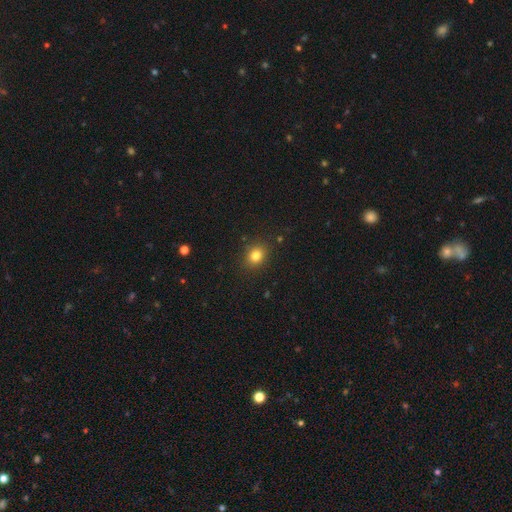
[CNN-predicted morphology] Smooth or featured? Predicted: smooth (p=0.81). How rounded? Predicted: round (p=0.63). Merging? Predicted: none (p=0.88).